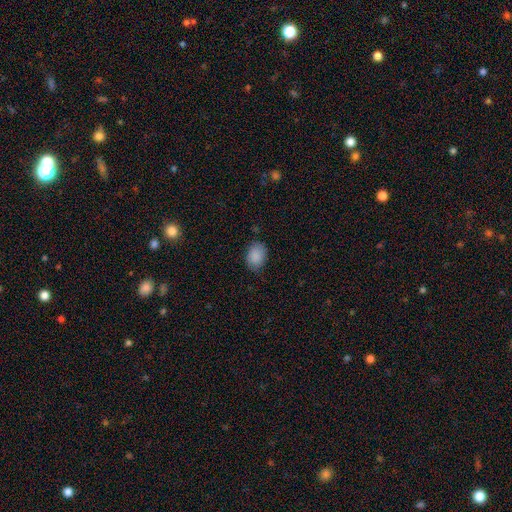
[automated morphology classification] Smooth or featured: smooth — 88% (star or artifact — 8%)
How rounded: in between — 72% (round — 27%)
Merging: none — 78% (minor disturbance — 18%)